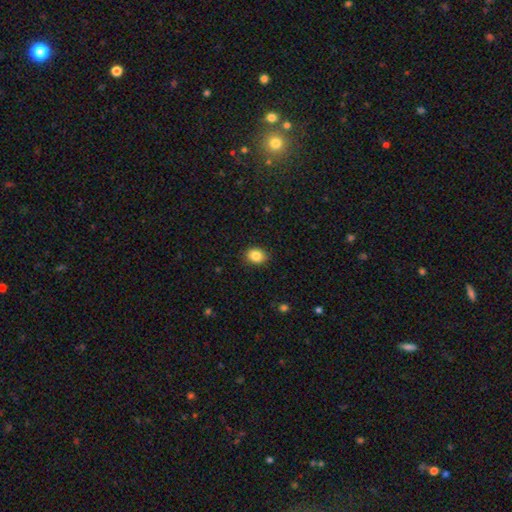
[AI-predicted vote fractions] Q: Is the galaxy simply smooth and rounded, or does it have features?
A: smooth — 86%.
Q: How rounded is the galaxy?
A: in between — 56%.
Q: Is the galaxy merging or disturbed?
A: none — 87%.